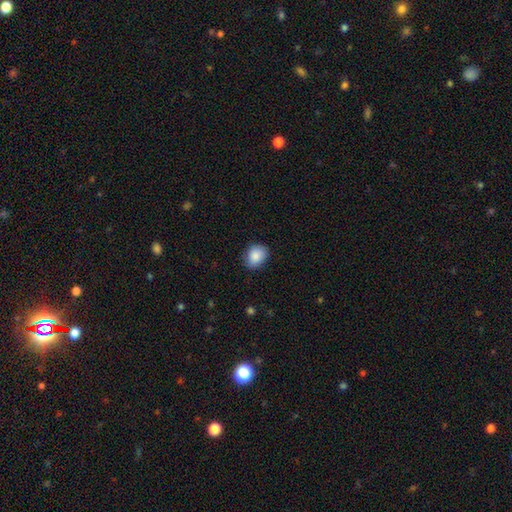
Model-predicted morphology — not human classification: A smooth galaxy with no disk features (88%) that is in between round and cigar-shaped (55%). Merging: none (80%).